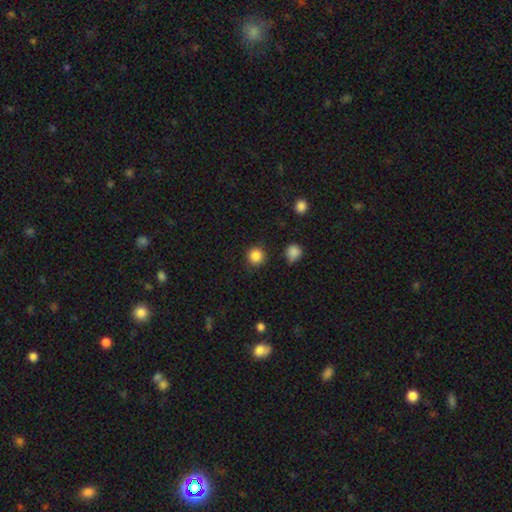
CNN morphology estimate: Overall: smooth (86%). How rounded: round (94%). Merging: none (87%).